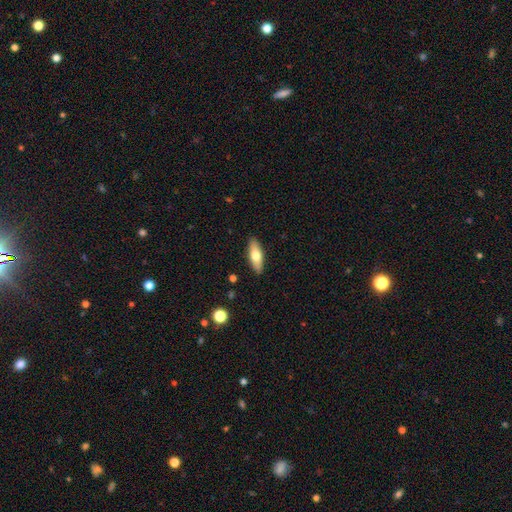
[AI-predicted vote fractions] smooth 65%, featured or disk 29%, star or artifact 6%. Down the decision tree: how rounded — in between (63%); merging — none (89%).